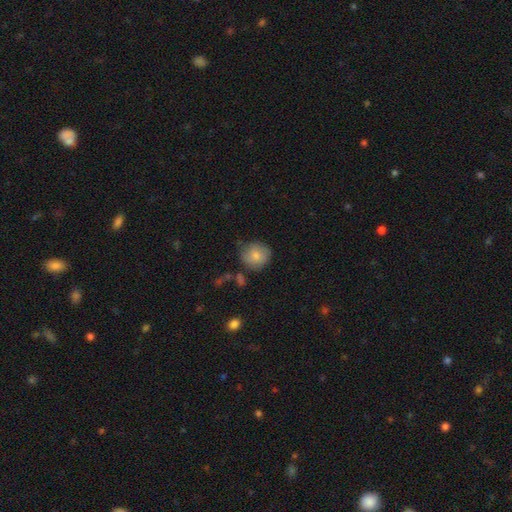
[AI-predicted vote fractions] This appears to be a smooth galaxy with no disk features (80%) that is round (86%). Merging: none (67%).